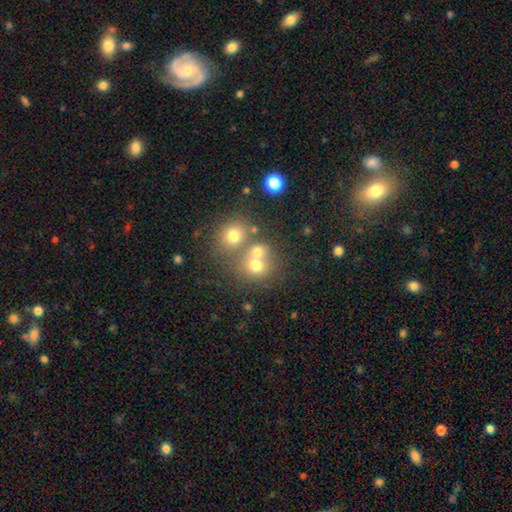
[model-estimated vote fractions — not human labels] Smooth or featured? smooth (61%)
How rounded? round (79%)
Merging? none (45%)